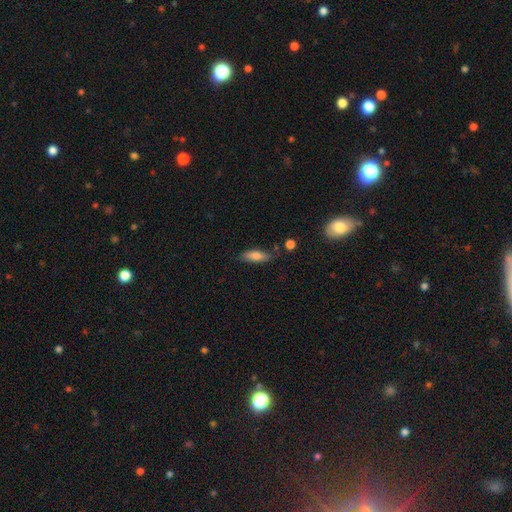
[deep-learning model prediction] Morphology: type=smooth (79%); roundness=in between (58%); merging=none (72%).